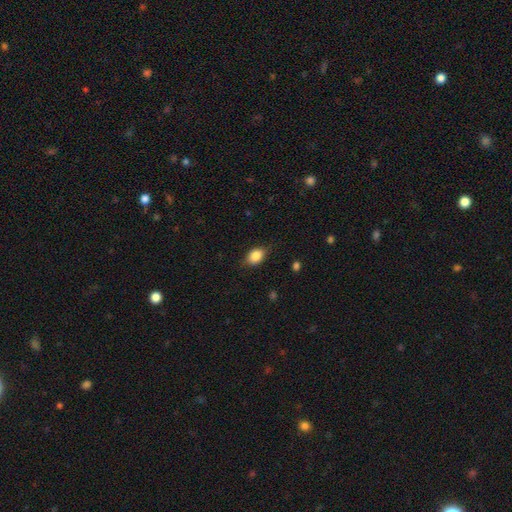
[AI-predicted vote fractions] A smooth galaxy with no disk features (85%) that is in between round and cigar-shaped (75%). Merging: none (78%).